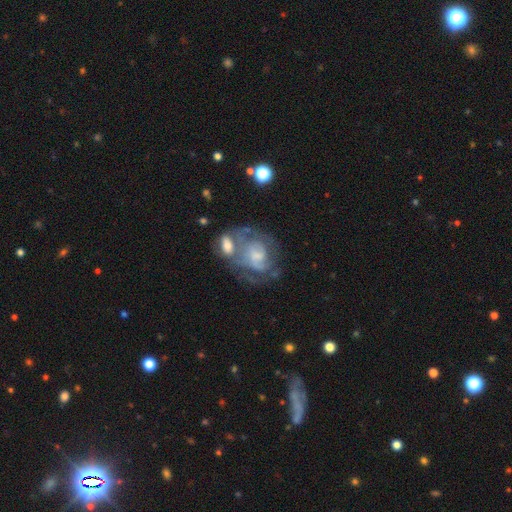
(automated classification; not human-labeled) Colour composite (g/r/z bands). It shows a featured or disk galaxy (68%) with no bar (65%), spiral arms (65%) and a small central bulge (45%). Merging: merger (34%).